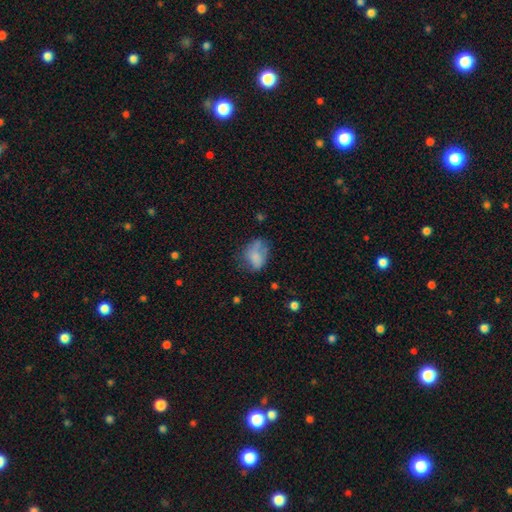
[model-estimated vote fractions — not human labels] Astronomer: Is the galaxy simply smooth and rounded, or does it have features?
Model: smooth — 69%.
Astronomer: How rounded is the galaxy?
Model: in between — 73%.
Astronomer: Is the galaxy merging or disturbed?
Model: none — 43% (runner-up: minor disturbance, 33%).